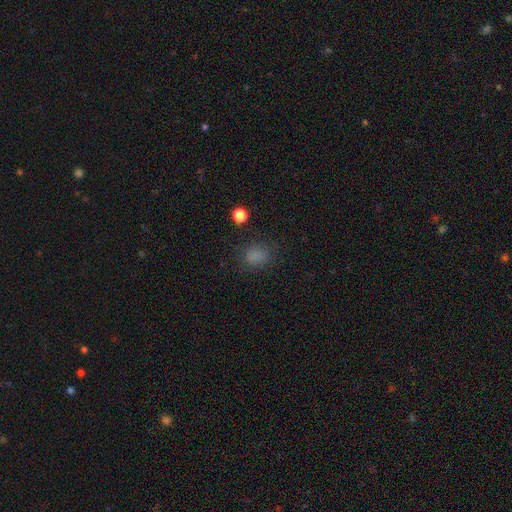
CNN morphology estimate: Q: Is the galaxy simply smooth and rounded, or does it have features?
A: smooth — 79%.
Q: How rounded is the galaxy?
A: round — 58%.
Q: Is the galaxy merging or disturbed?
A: none — 79%.